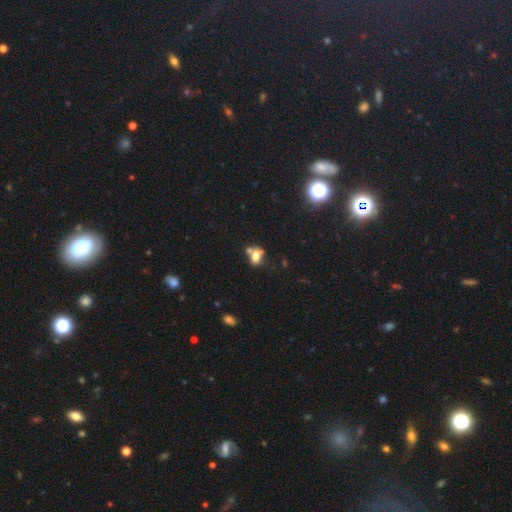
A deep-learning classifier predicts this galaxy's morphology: This is likely a smooth galaxy (69%). How rounded: likely in between (70%). Merging: marginally merger (45%).